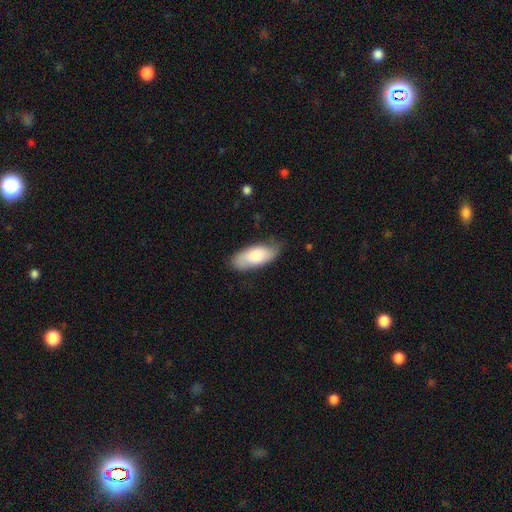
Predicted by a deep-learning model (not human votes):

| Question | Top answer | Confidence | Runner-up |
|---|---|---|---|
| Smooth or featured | smooth | 75% | featured or disk (20%) |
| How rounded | in between | 85% | cigar-shaped (13%) |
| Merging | none | 70% | minor disturbance (24%) |